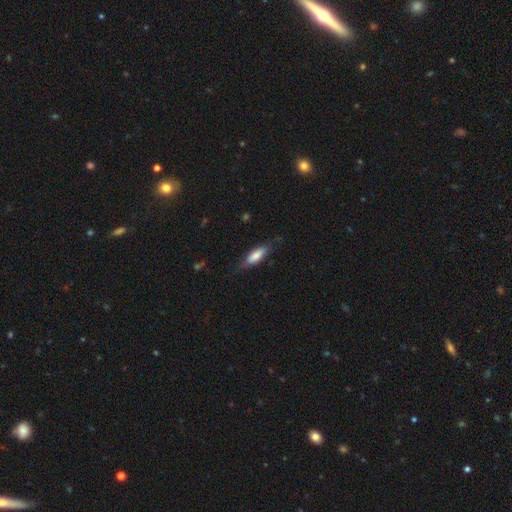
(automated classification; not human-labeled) Q: Smooth or featured?
A: smooth (74%); runner-up: featured or disk (20%)
Q: How rounded?
A: in between (60%); runner-up: cigar-shaped (38%)
Q: Merging?
A: none (72%); runner-up: minor disturbance (20%)